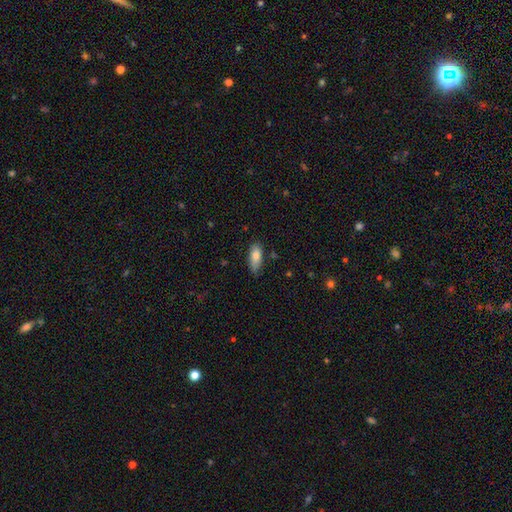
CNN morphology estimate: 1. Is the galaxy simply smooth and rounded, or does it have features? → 82% smooth, 11% featured or disk, 7% star or artifact.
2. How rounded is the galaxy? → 79% in between, 19% cigar-shaped, 2% round.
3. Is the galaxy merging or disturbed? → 70% none, 24% minor disturbance, 4% major disturbance, 2% merger.